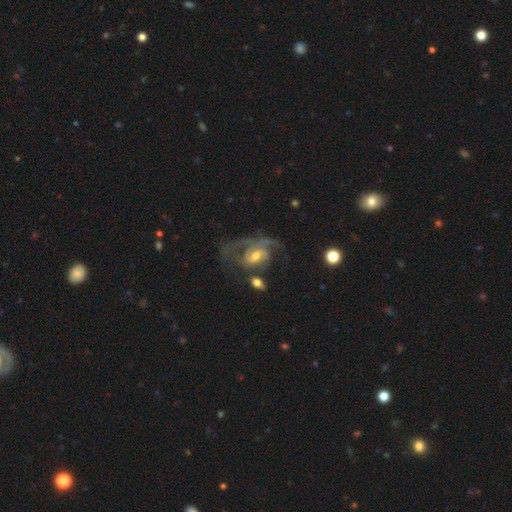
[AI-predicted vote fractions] smooth-or-featured: featured or disk: 79% | smooth: 13% | star or artifact: 7%
  disk-edge-on: no: 96% | yes: 4%
    bar: no: 50% | weak: 39% | strong: 11%
    has-spiral-arms: yes: 87% | no: 13%
      spiral-winding: medium: 45% | tight: 29% | loose: 26%
      spiral-arm-count: 2: 48% | 1: 23% | can't tell: 19% | 3: 7% | 4: 2% | more than 4: 2%
    bulge-size: moderate: 56% | small: 33% | large: 6% | none: 3% | dominant: 1%
  merging: major disturbance: 36% | none: 35% | minor disturbance: 19% | merger: 11%